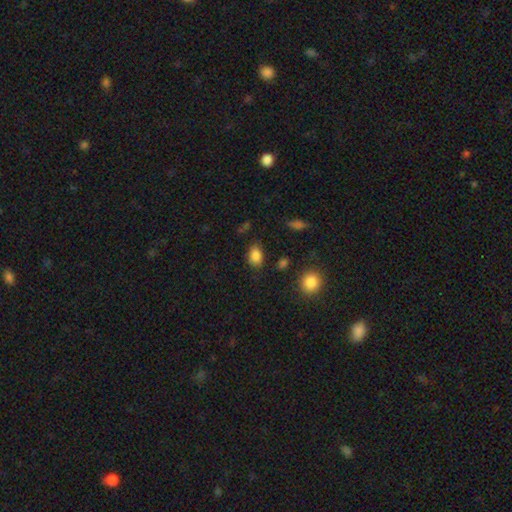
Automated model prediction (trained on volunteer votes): Q: Smooth or featured?
A: smooth (85%); runner-up: star or artifact (10%)
Q: How rounded?
A: in between (81%); runner-up: round (17%)
Q: Merging?
A: none (79%); runner-up: minor disturbance (15%)